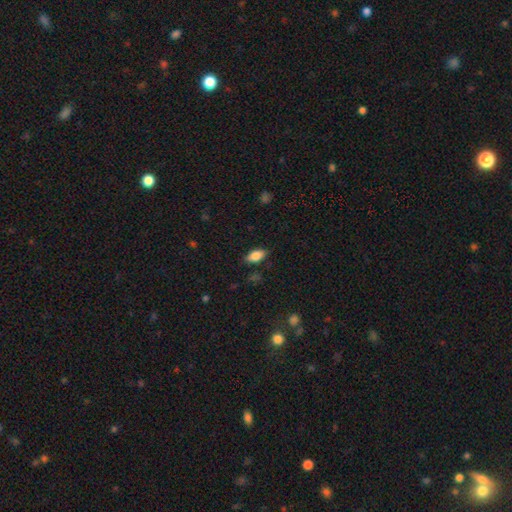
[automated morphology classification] smooth-or-featured: smooth: 79% | featured or disk: 13% | star or artifact: 8%
  how-rounded: in between: 88% | cigar-shaped: 8% | round: 4%
  merging: none: 82% | minor disturbance: 14% | major disturbance: 3% | merger: 1%